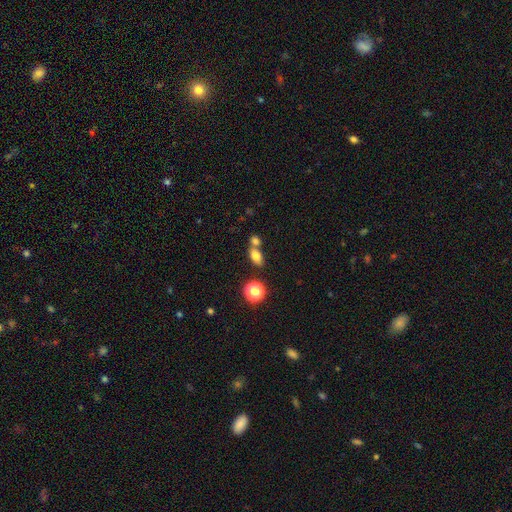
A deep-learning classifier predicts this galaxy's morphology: smooth 77%, star or artifact 12%, featured or disk 10%. Down the decision tree: how rounded — in between (78%); merging — none (48%).